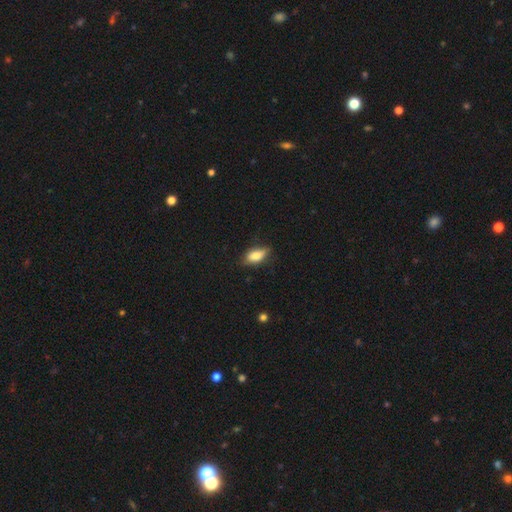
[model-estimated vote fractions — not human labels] smooth 78%, featured or disk 14%, star or artifact 8%. Down the decision tree: how rounded — in between (84%); merging — none (73%).